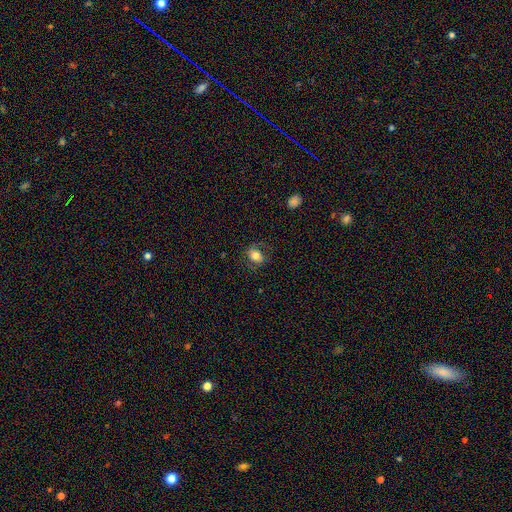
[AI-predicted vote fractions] Morphology: type=smooth (69%); roundness=in between (62%); merging=none (70%).